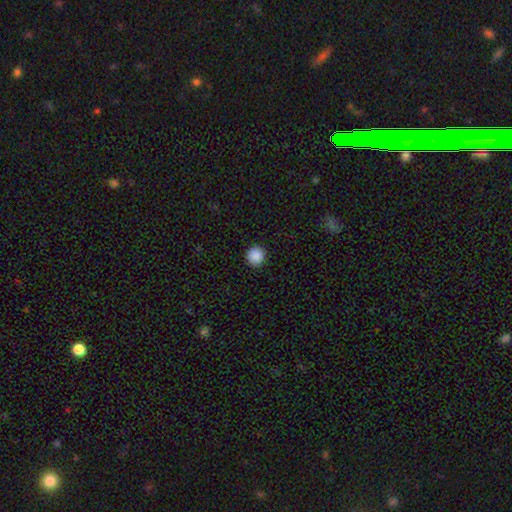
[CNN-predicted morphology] A smooth galaxy with no disk features (89%) that is round (93%). Merging: none (92%).